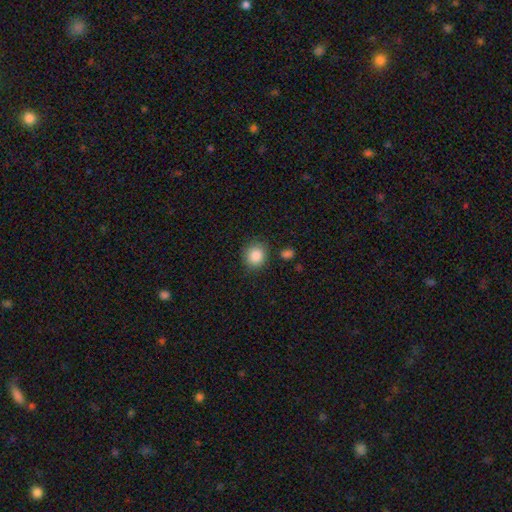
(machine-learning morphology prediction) smooth-or-featured: smooth: 87% | star or artifact: 9% | featured or disk: 4%
  how-rounded: round: 83% | in between: 16% | cigar-shaped: 1%
  merging: none: 83% | minor disturbance: 10% | merger: 3% | major disturbance: 3%